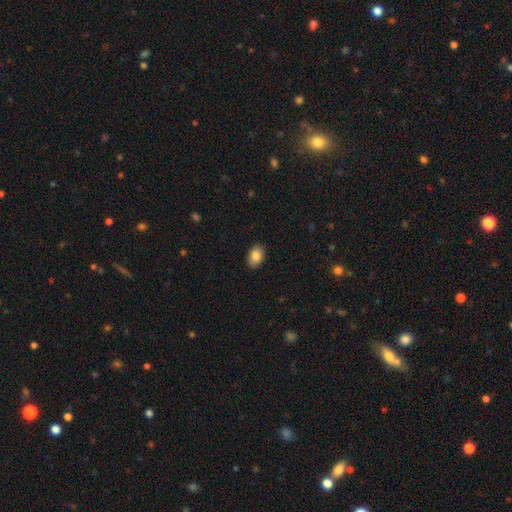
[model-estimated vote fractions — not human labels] Smooth or featured? smooth (86%)
How rounded? in between (83%)
Merging? none (89%)